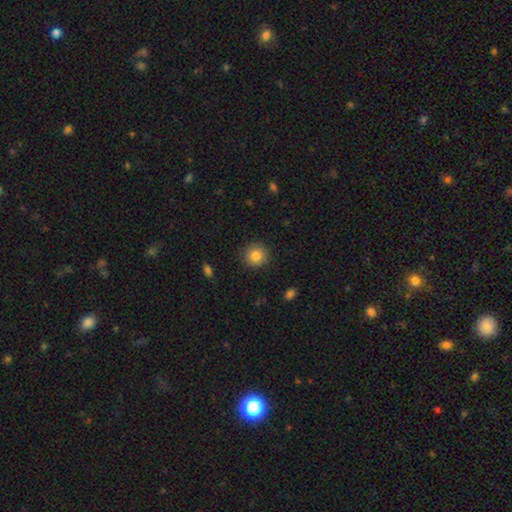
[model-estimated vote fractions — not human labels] This is clearly a smooth galaxy (83%). How rounded: clearly round (93%). Merging: clearly none (90%).